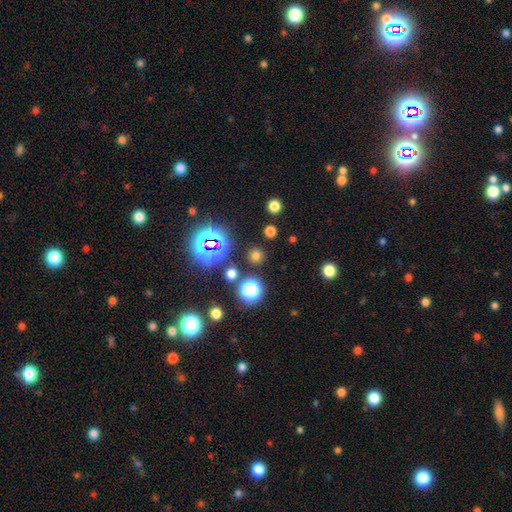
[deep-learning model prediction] smooth_or_featured: smooth (p=0.62) [alt: star or artifact p=0.32]
how_rounded: round (p=0.92) [alt: in between p=0.07]
merging: none (p=0.86) [alt: minor disturbance p=0.07]